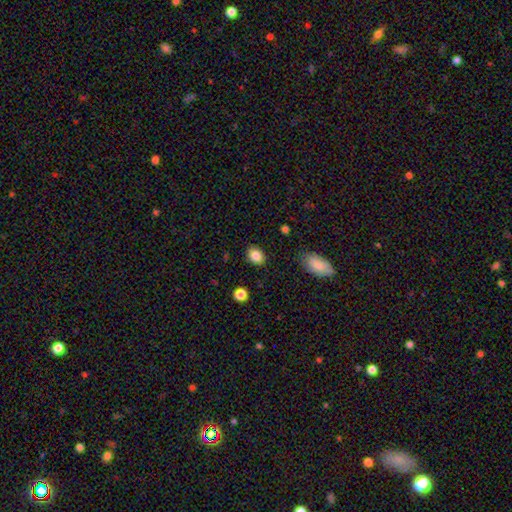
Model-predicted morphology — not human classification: Overall: smooth (86%). How rounded: in between (63%; round 35%). Merging: none (87%).